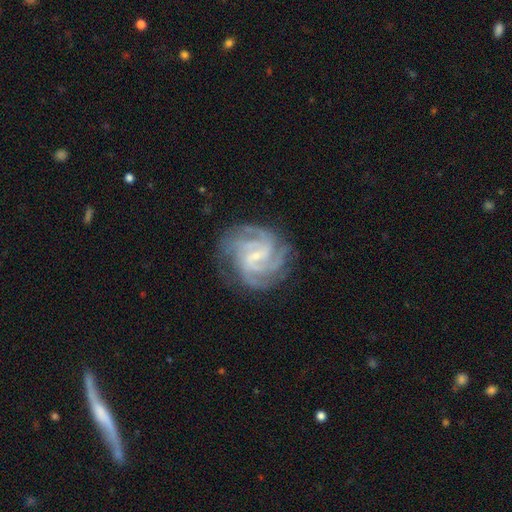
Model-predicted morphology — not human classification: smooth-or-featured: featured or disk: 89% | star or artifact: 6% | smooth: 5%
  disk-edge-on: no: 98% | yes: 2%
    bar: weak: 54% | no: 29% | strong: 17%
    has-spiral-arms: yes: 98% | no: 2%
      spiral-winding: tight: 53% | medium: 40% | loose: 6%
      spiral-arm-count: 4: 41% | 3: 26% | can't tell: 13% | 2: 8% | more than 4: 7% | 1: 5%
    bulge-size: small: 73% | moderate: 19% | none: 6% | large: 1% | dominant: 1%
  merging: none: 77% | minor disturbance: 15% | major disturbance: 7% | merger: 1%